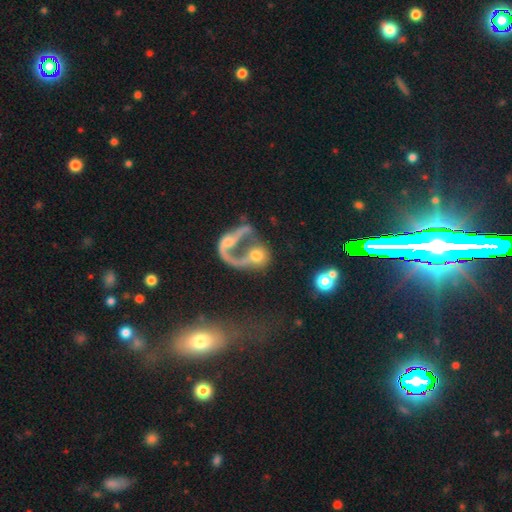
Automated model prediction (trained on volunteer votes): smooth-or-featured: featured or disk: 53% | smooth: 35% | star or artifact: 12%
  disk-edge-on: no: 96% | yes: 4%
    bar: no: 73% | weak: 19% | strong: 8%
    has-spiral-arms: yes: 51% | no: 49%
    bulge-size: moderate: 43% | small: 28% | none: 14% | large: 11% | dominant: 4%
  merging: merger: 42% | major disturbance: 31% | none: 19% | minor disturbance: 8%